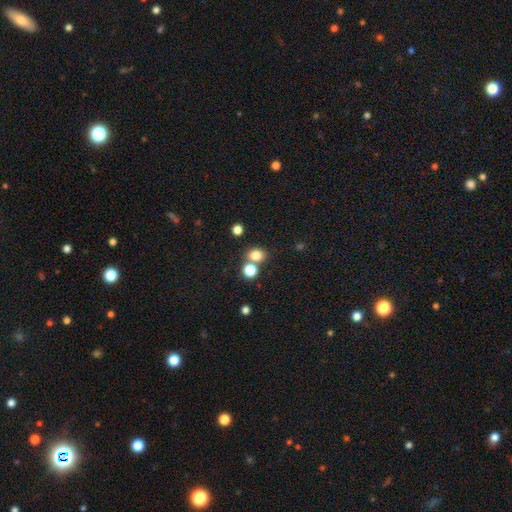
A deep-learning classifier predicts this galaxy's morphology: Smooth or featured? Predicted: smooth (p=0.81). How rounded? Predicted: round (p=0.67). Merging? Predicted: none (p=0.63).